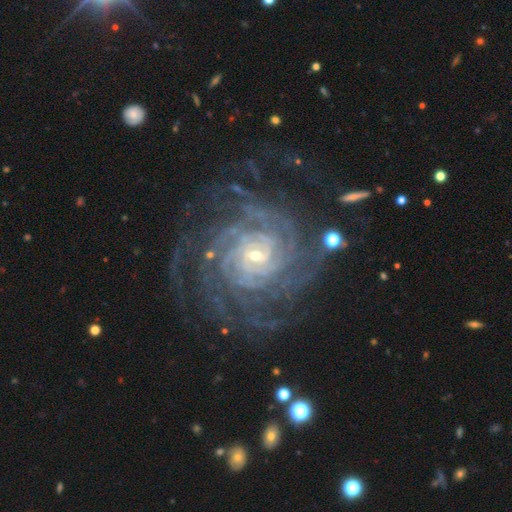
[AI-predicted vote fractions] This is clearly a featured or disk galaxy (91%). It is clearly not viewed edge-on (98%). Bar: possibly weak (45%). Spiral arm pattern: clearly yes (98%). Spiral arm count: marginally can't tell (24%). Spiral winding: likely tight (76%). Central bulge: likely small (64%). Merging: likely none (74%).